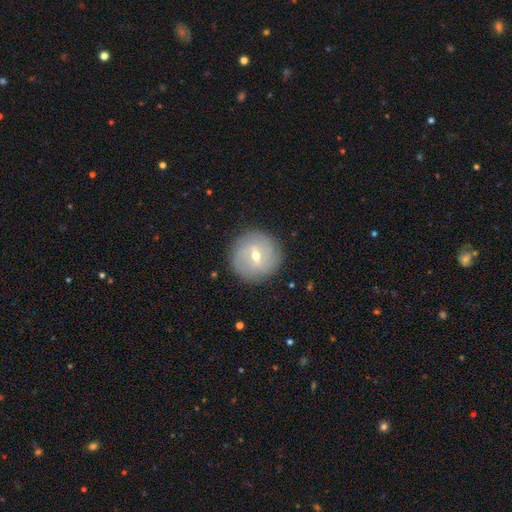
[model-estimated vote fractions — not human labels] A featured or disk galaxy (58%) with a weak bar (62%), spiral arms (62%) and a moderate central bulge (60%).

Vote fractions:
- Smooth or featured? featured or disk: 58% / smooth: 34% / star or artifact: 8%
- Edge-on disk? no: 95% / yes: 5%
- Bar? weak: 62% / no: 19% / strong: 19%
- Spiral arms? yes: 62% / no: 38%
- Bulge size? moderate: 60% / small: 35% / large: 3% / none: 1% / dominant: 1%
- Merging? none: 87% / minor disturbance: 9% / major disturbance: 3% / merger: 1%